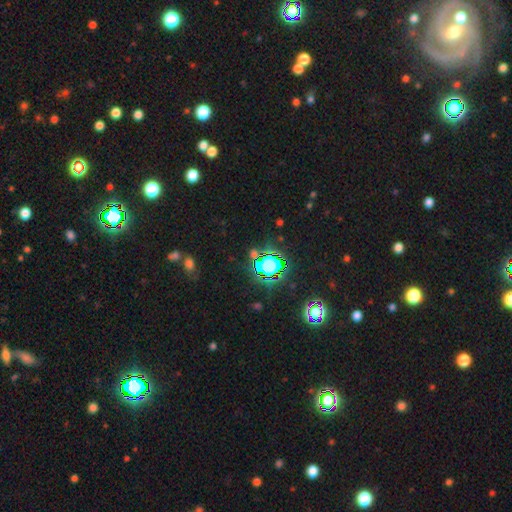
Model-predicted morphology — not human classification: A star or artifact, not a galaxy (72%).

Vote fractions:
- Smooth or featured? star or artifact: 72% / smooth: 18% / featured or disk: 10%